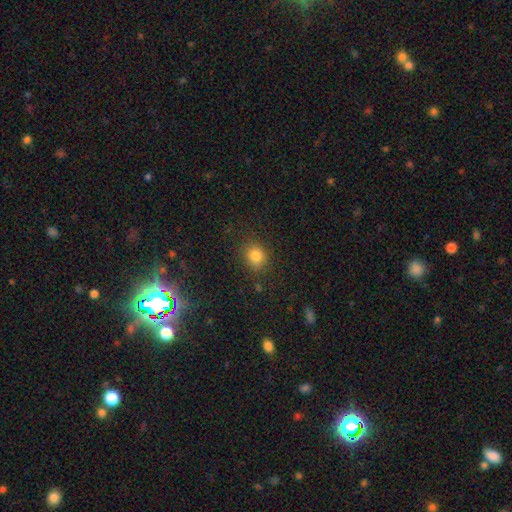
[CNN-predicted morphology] A smooth galaxy with no disk features (81%) that is round (73%). Merging: none (83%).